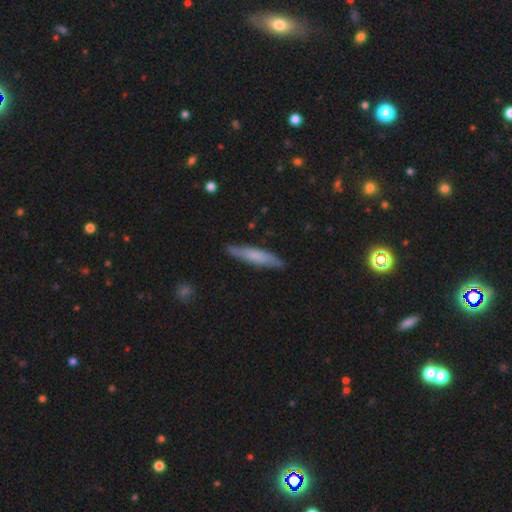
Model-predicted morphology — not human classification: This appears to be a smooth galaxy with no disk features (61%) that is cigar-shaped (90%). Merging: none (85%).